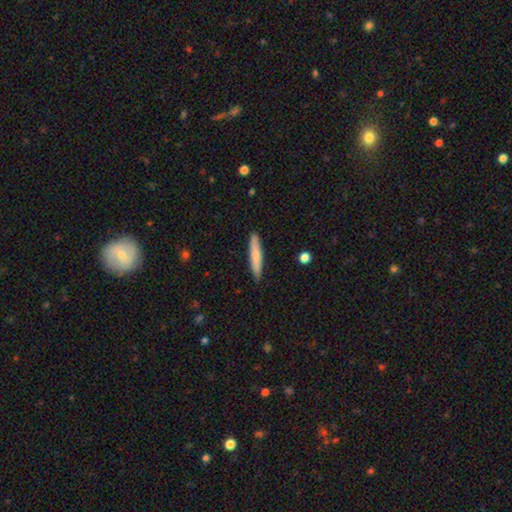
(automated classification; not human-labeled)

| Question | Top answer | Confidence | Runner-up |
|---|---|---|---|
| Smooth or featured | smooth | 75% | featured or disk (20%) |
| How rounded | cigar-shaped | 91% | in between (8%) |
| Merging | none | 89% | minor disturbance (8%) |